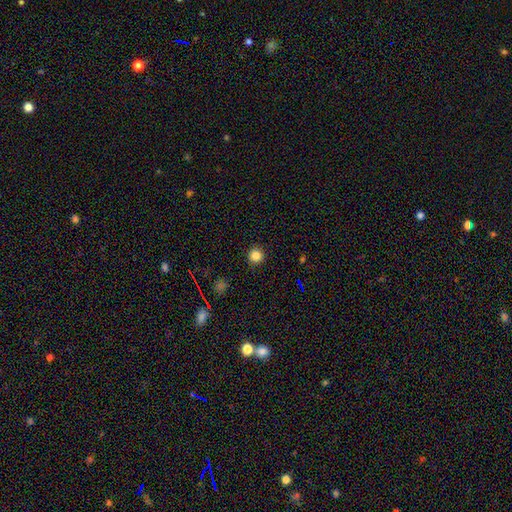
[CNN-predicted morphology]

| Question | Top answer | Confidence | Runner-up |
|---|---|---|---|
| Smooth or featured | smooth | 83% | star or artifact (13%) |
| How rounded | round | 95% | in between (4%) |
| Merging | none | 93% | minor disturbance (5%) |